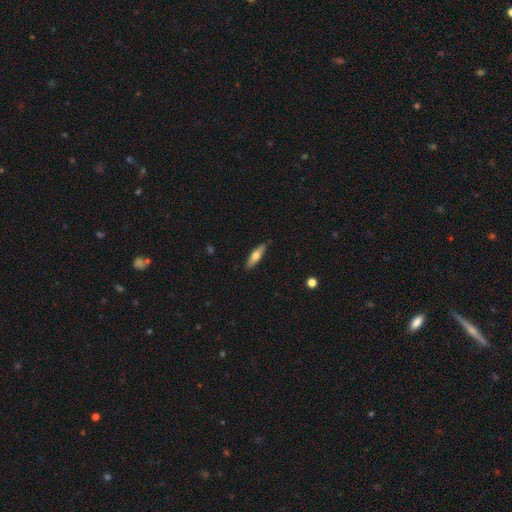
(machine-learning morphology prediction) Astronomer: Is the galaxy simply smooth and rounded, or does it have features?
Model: smooth — 57% (runner-up: featured or disk, 37%).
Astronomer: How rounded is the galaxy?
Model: cigar-shaped — 62%.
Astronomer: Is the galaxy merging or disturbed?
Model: none — 89%.